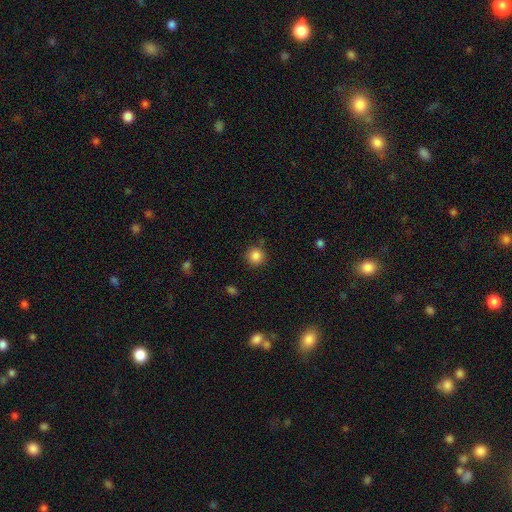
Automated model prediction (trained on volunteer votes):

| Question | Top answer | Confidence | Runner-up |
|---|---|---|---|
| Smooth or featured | smooth | 85% | star or artifact (11%) |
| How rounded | round | 94% | in between (5%) |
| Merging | none | 87% | minor disturbance (8%) |